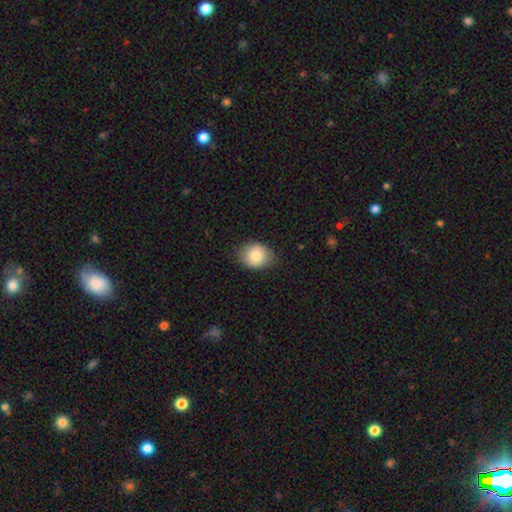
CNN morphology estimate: This is clearly a smooth galaxy (84%). How rounded: possibly in between (54%). Merging: likely none (80%).